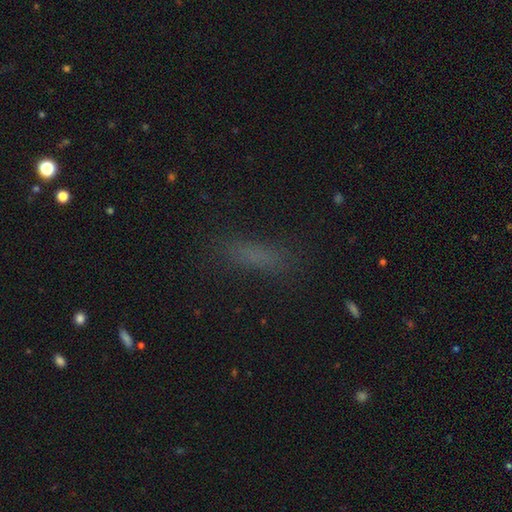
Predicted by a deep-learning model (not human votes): Morphology: type=smooth (68%); roundness=cigar-shaped (68%); merging=none (81%).